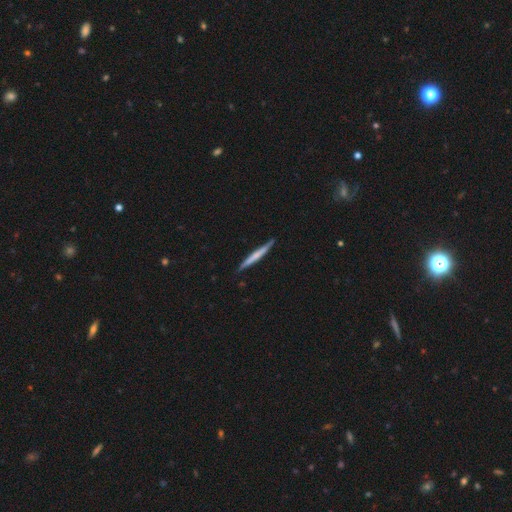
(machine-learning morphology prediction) smooth-or-featured: smooth: 50% | featured or disk: 45% | star or artifact: 5%
  how-rounded: cigar-shaped: 96% | in between: 2% | round: 1%
  merging: none: 86% | minor disturbance: 10% | major disturbance: 2% | merger: 1%